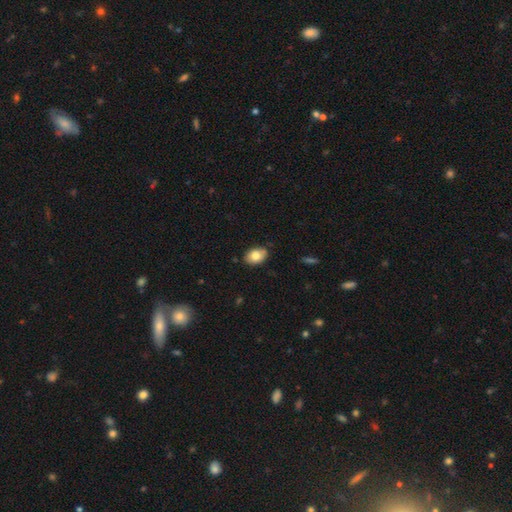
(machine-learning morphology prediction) type=smooth (79%); roundness=in between (82%); merging=none (79%).